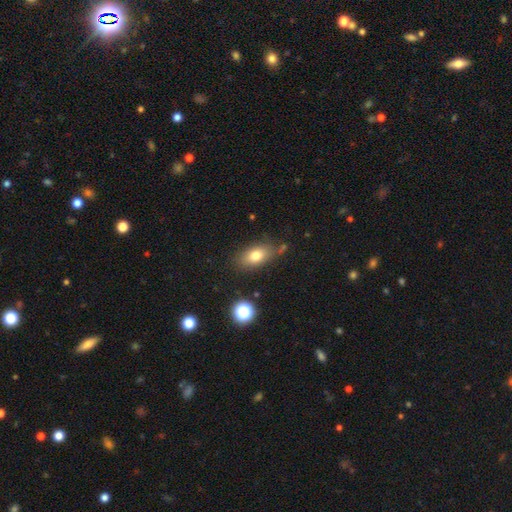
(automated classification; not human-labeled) A smooth galaxy with no disk features (77%) that is in between round and cigar-shaped (85%). Merging: none (74%).